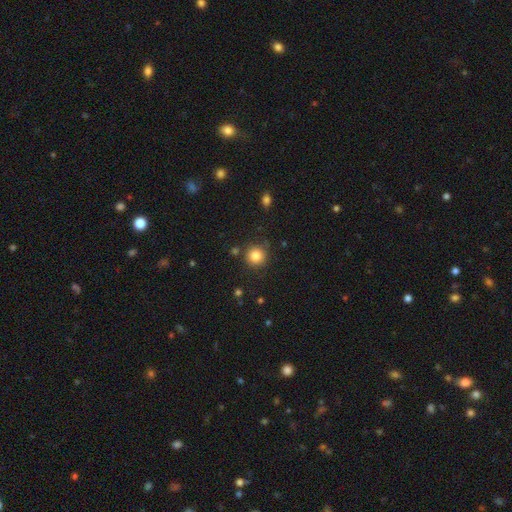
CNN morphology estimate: This is clearly a smooth galaxy (83%). How rounded: clearly round (93%). Merging: clearly none (84%).